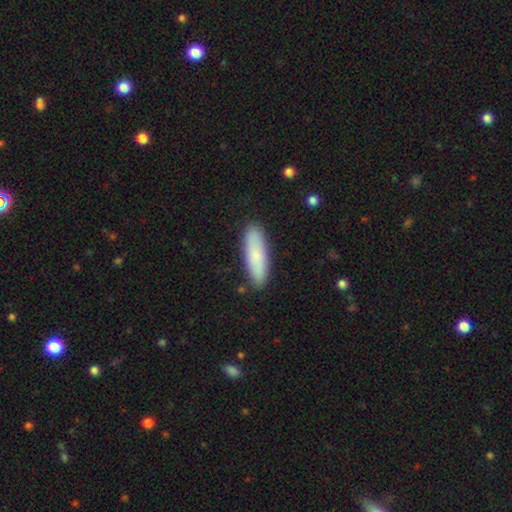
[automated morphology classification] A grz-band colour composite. It shows a smooth galaxy with no disk features (80%) that is cigar-shaped (59%). Merging: none (88%).